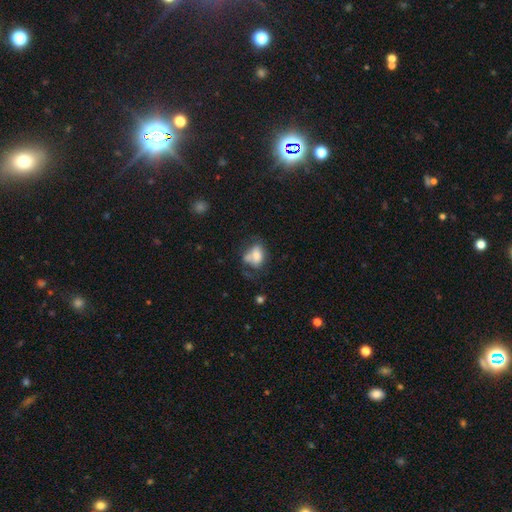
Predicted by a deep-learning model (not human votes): Overall: smooth (69%). How rounded: in between (77%). Merging: none (33%; minor disturbance 25%).